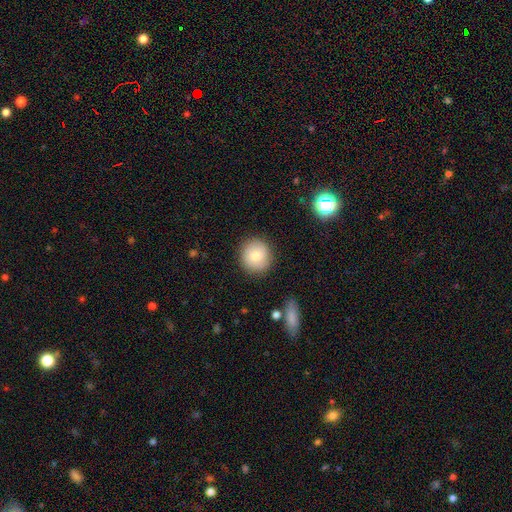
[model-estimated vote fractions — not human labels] Smooth or featured? Predicted: smooth (p=0.72). How rounded? Predicted: round (p=0.91). Merging? Predicted: none (p=0.87).